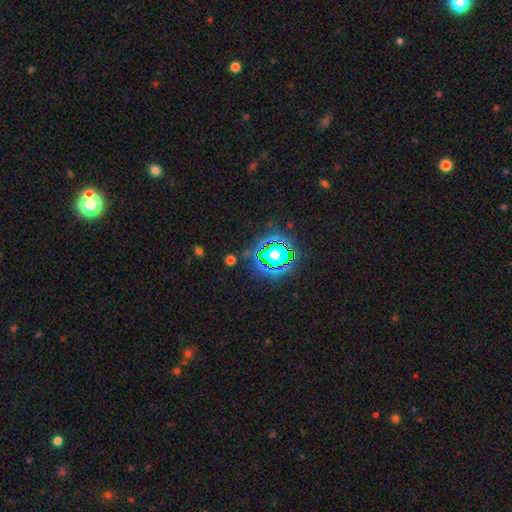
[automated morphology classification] smooth_or_featured: star or artifact (p=0.80) [alt: smooth p=0.12]